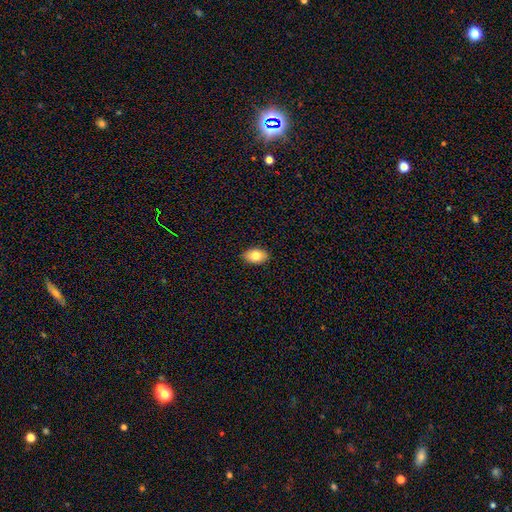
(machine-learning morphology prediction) Q: Smooth or featured?
A: smooth (80%); runner-up: featured or disk (12%)
Q: How rounded?
A: in between (90%); runner-up: round (8%)
Q: Merging?
A: none (89%); runner-up: minor disturbance (8%)